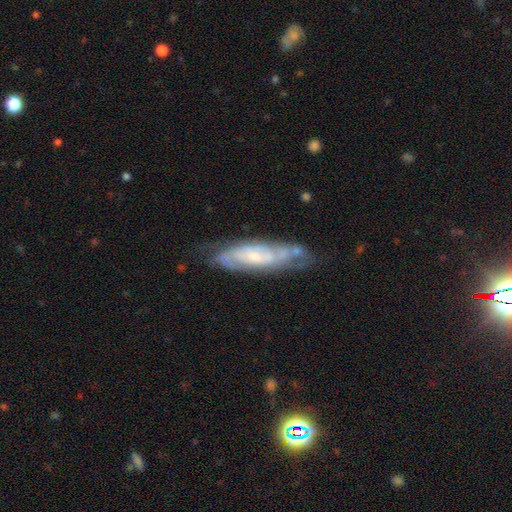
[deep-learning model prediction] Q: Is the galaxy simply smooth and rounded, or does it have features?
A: featured or disk — 77%.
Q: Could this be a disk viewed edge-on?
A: no — 79%.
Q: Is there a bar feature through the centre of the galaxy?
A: no — 54%.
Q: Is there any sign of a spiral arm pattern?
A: yes — 89%.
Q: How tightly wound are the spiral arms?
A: tight — 53%.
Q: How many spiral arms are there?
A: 2 — 42%.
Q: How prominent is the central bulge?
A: small — 65%.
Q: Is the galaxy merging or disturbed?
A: none — 63%.